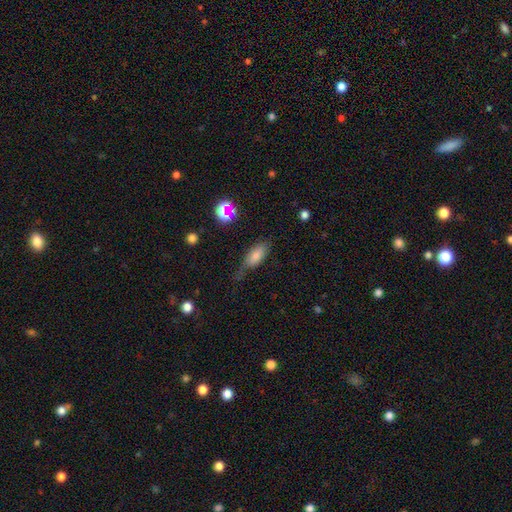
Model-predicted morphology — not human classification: Smooth or featured: smooth — 69% (featured or disk — 18%)
How rounded: in between — 78% (cigar-shaped — 18%)
Merging: none — 52% (minor disturbance — 30%)